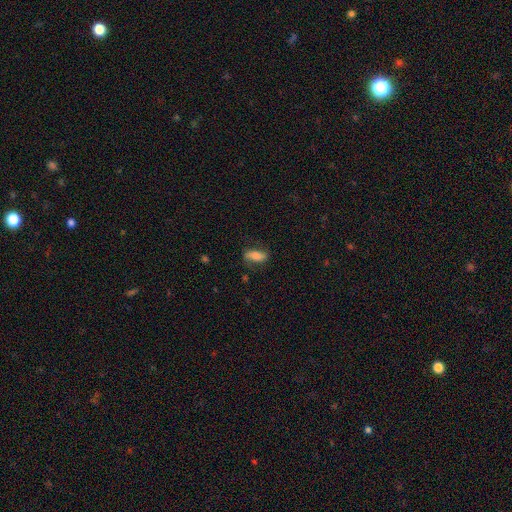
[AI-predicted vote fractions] smooth 70%, featured or disk 22%, star or artifact 8%. Down the decision tree: how rounded — in between (79%); merging — none (72%).